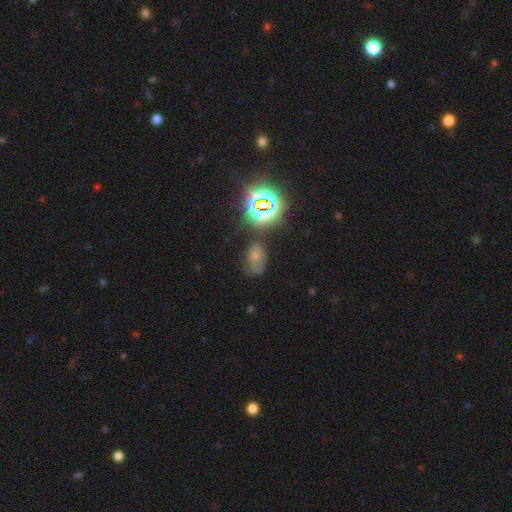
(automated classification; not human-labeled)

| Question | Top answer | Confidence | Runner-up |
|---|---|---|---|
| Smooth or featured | smooth | 51% | star or artifact (33%) |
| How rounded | in between | 85% | round (13%) |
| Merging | none | 50% | minor disturbance (27%) |